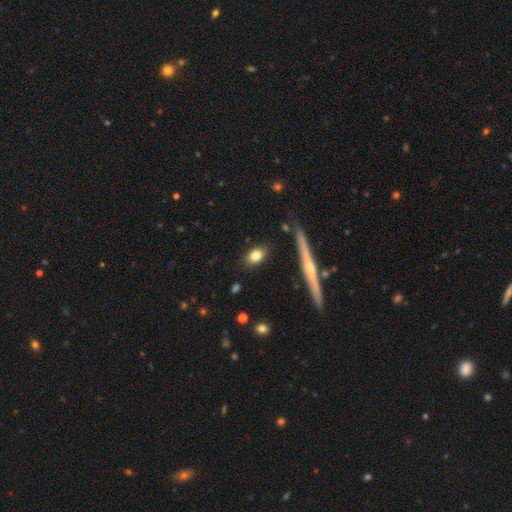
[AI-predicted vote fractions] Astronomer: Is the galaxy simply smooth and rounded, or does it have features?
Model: smooth — 79%.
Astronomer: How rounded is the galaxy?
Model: in between — 81%.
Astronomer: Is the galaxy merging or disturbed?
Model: none — 86%.